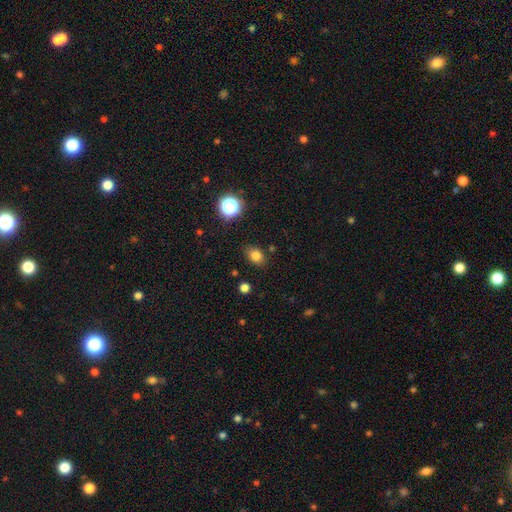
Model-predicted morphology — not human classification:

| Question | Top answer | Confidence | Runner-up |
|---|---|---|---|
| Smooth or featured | smooth | 80% | star or artifact (14%) |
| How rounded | in between | 66% | round (33%) |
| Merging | none | 82% | minor disturbance (13%) |